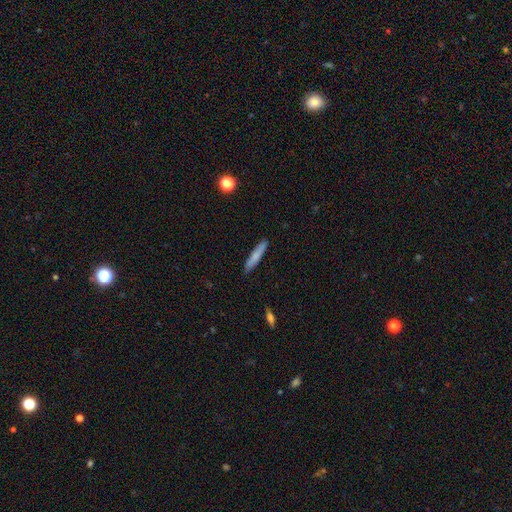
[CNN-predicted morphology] smooth-or-featured: smooth: 77% | featured or disk: 17% | star or artifact: 6%
  how-rounded: cigar-shaped: 91% | in between: 8% | round: 1%
  merging: none: 88% | minor disturbance: 9% | major disturbance: 2% | merger: 1%